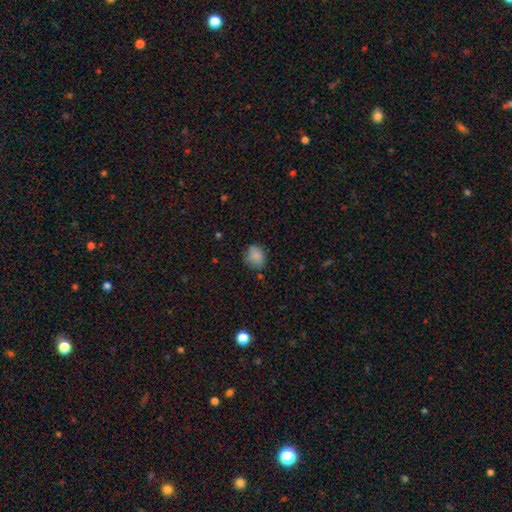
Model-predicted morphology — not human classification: Smooth or featured?
  - smooth: 82% *
  - star or artifact: 9%
  - featured or disk: 8%
How rounded?
  - round: 58% *
  - in between: 41%
  - cigar-shaped: 1%
Merging?
  - none: 66% *
  - minor disturbance: 25%
  - major disturbance: 6%
  - merger: 3%